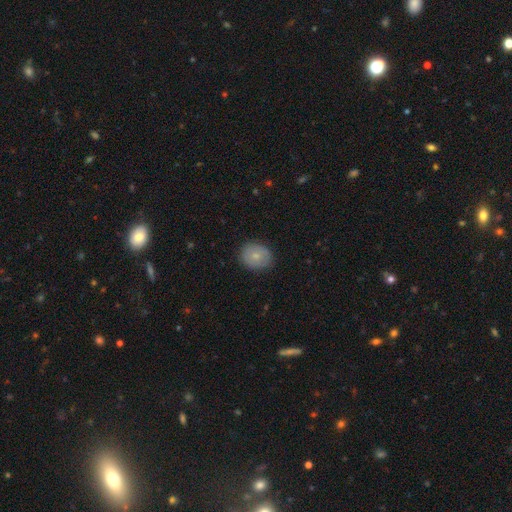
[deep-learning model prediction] Overall: smooth (74%). How rounded: round (67%; in between 32%). Merging: none (85%).